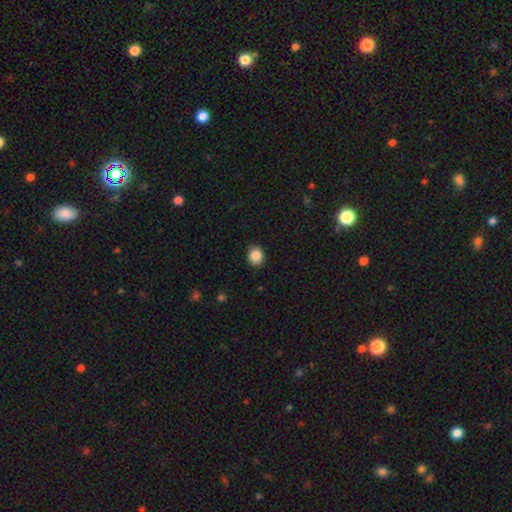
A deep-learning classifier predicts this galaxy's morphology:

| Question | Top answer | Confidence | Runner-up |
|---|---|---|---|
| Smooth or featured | smooth | 87% | star or artifact (9%) |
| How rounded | round | 65% | in between (34%) |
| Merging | none | 89% | minor disturbance (8%) |